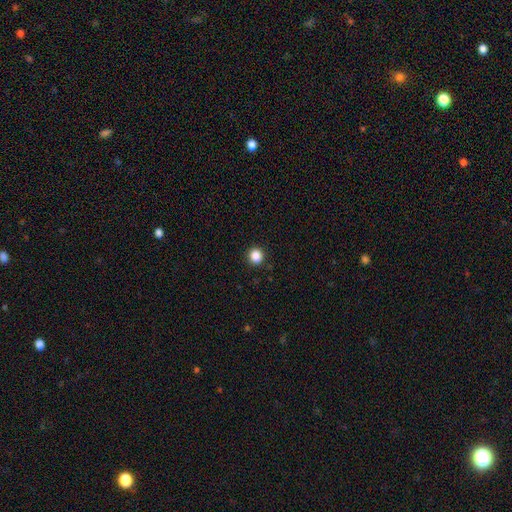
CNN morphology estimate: A smooth galaxy with no disk features (86%) that is round (90%).

Vote fractions:
- Smooth or featured? smooth: 86% / star or artifact: 11% / featured or disk: 3%
- How rounded? round: 90% / in between: 9% / cigar-shaped: 1%
- Merging? none: 92% / minor disturbance: 5% / major disturbance: 2% / merger: 1%